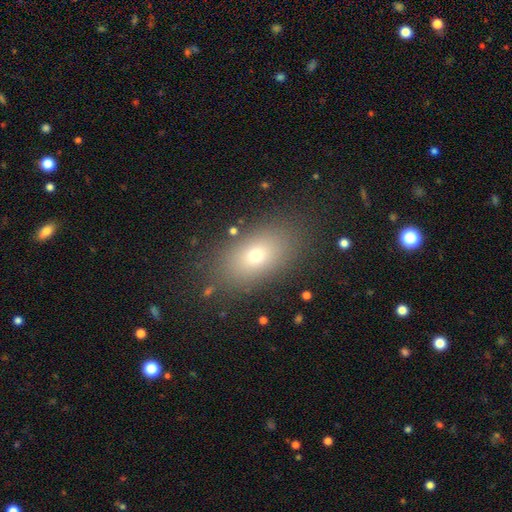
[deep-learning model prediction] Q: Smooth or featured?
A: smooth (69%); runner-up: star or artifact (16%)
Q: How rounded?
A: in between (82%); runner-up: round (13%)
Q: Merging?
A: none (85%); runner-up: minor disturbance (9%)